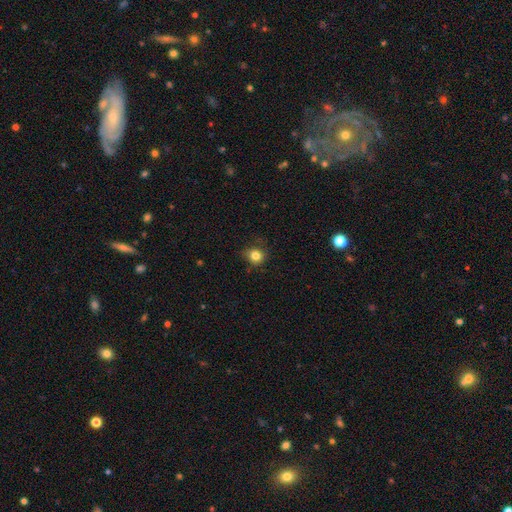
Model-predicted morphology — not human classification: A smooth galaxy with no disk features (83%) that is round (78%). Merging: none (72%).